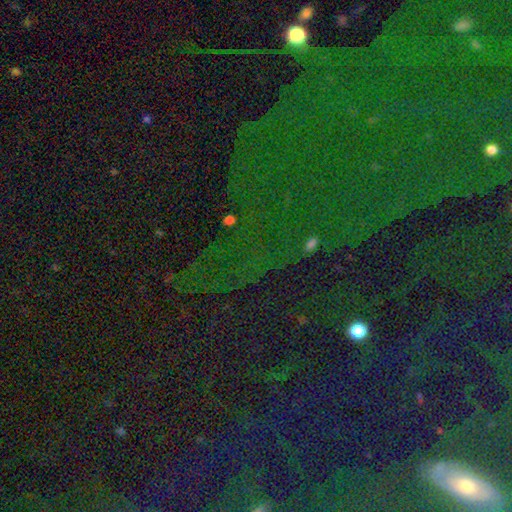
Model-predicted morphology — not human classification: star or artifact 83%, smooth 9%, featured or disk 8%.